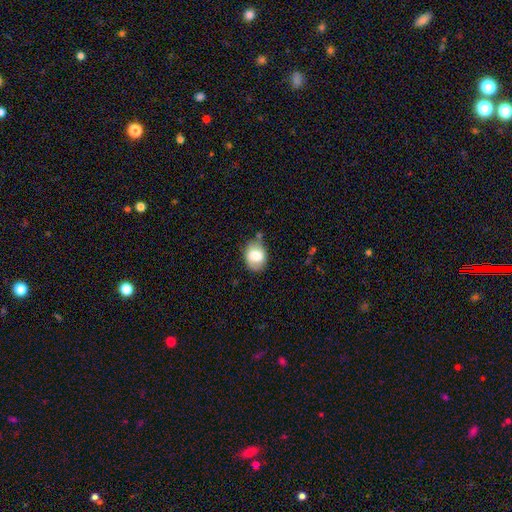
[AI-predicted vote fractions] Smooth or featured? Predicted: smooth (p=0.72). How rounded? Predicted: in between (p=0.63). Merging? Predicted: none (p=0.66).